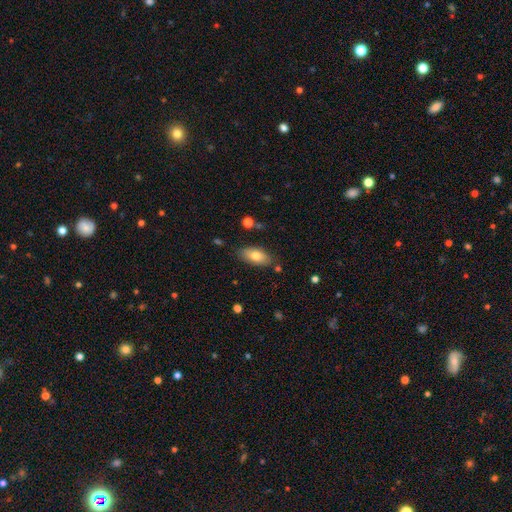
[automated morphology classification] The model was most divided on "smooth or featured": smooth: 77%, featured or disk: 16%, star or artifact: 7%. More confident: how rounded — in between (90%); merging — none (81%).